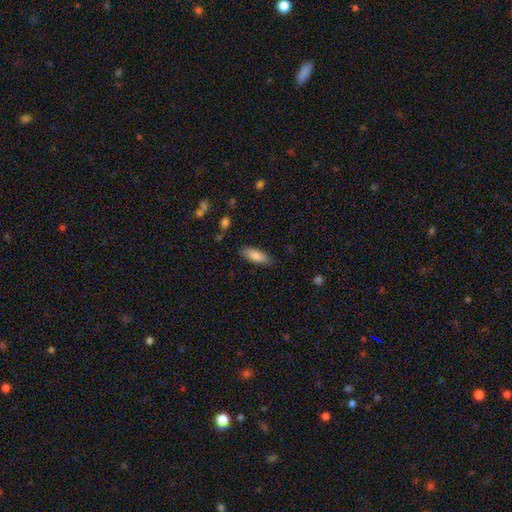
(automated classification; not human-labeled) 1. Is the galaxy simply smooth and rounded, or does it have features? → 86% smooth, 8% featured or disk, 6% star or artifact.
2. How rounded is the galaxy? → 68% in between, 31% cigar-shaped, 2% round.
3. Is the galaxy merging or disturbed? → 86% none, 10% minor disturbance, 2% major disturbance, 1% merger.